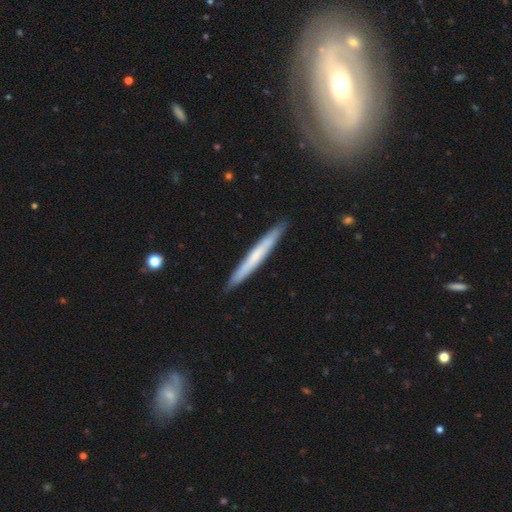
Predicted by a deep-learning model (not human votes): Morphology: type=smooth (54%); roundness=cigar-shaped (97%); merging=none (91%).